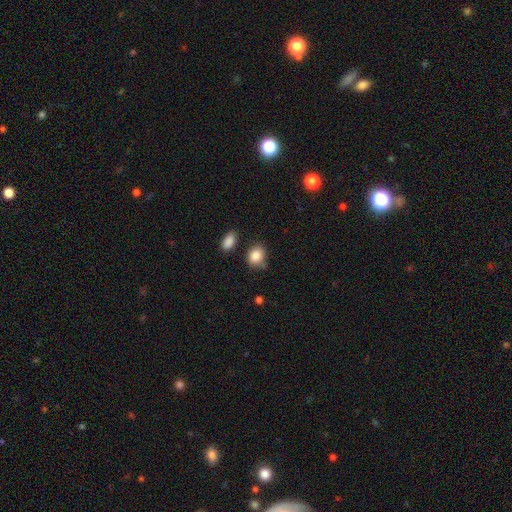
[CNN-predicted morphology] This is clearly a smooth galaxy (87%). How rounded: possibly in between (52%). Merging: likely none (71%).